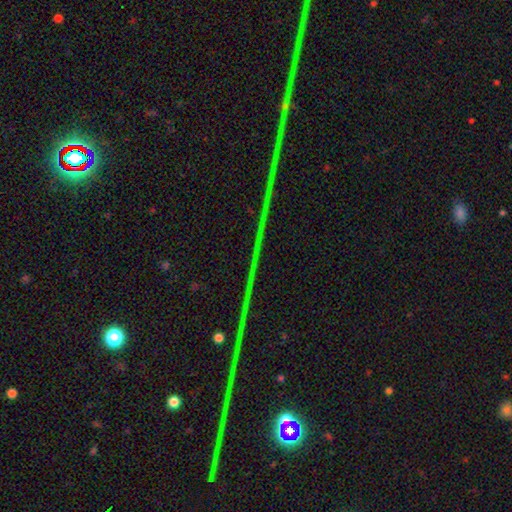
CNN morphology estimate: Smooth or featured? star or artifact (85%)